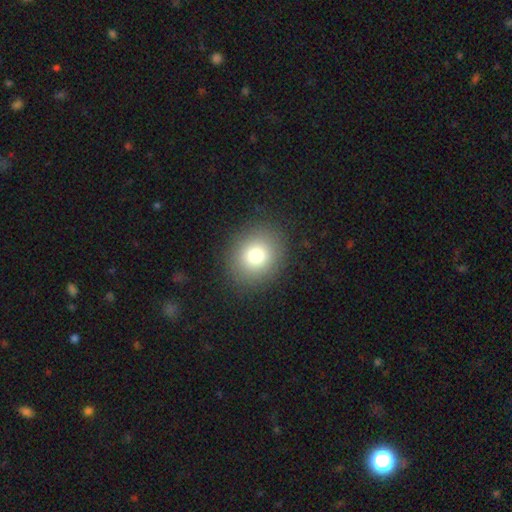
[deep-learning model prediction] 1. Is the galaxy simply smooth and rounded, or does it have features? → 78% smooth, 12% star or artifact, 10% featured or disk.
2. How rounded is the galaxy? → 74% round, 25% in between, 1% cigar-shaped.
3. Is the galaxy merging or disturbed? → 88% none, 8% minor disturbance, 3% major disturbance, 1% merger.